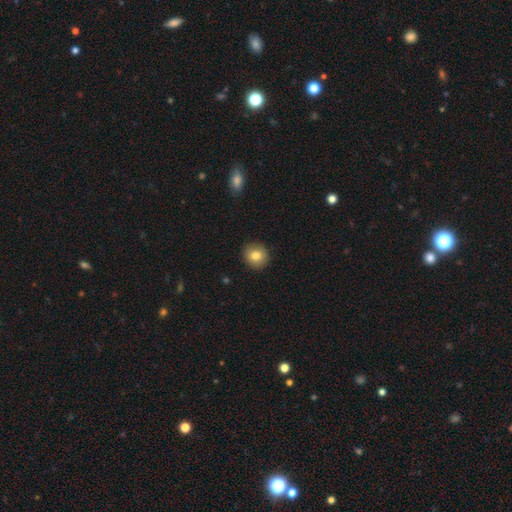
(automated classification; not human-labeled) A smooth galaxy with no disk features (81%) that is round (88%). Merging: none (90%).